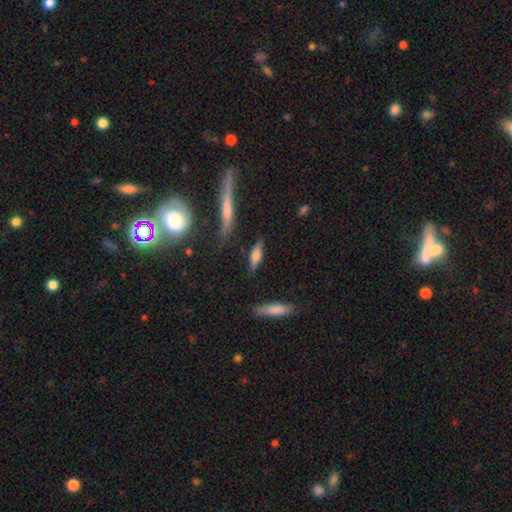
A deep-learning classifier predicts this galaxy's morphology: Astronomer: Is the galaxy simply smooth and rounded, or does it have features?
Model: smooth — 65%.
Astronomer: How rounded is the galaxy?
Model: cigar-shaped — 56% (runner-up: in between, 42%).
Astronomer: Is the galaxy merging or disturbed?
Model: none — 80%.